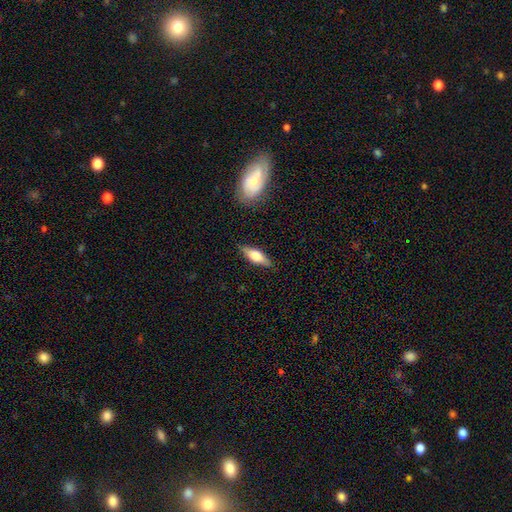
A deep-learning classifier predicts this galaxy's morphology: The model was most divided on "how rounded": in between: 56%, cigar-shaped: 41%, round: 2%. More confident: merging — none (85%); smooth or featured — smooth (63%).